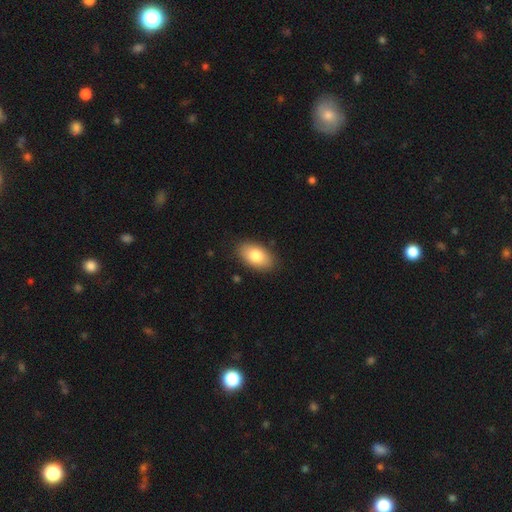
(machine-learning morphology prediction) Smooth or featured? smooth (81%)
How rounded? in between (93%)
Merging? none (87%)